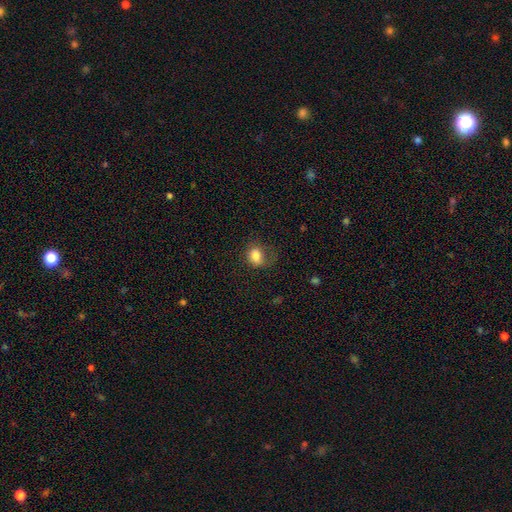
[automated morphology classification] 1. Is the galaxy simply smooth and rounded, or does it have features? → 82% smooth, 10% star or artifact, 8% featured or disk.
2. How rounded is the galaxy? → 55% in between, 44% round, 1% cigar-shaped.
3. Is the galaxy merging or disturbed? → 54% none, 26% minor disturbance, 19% major disturbance, 2% merger.